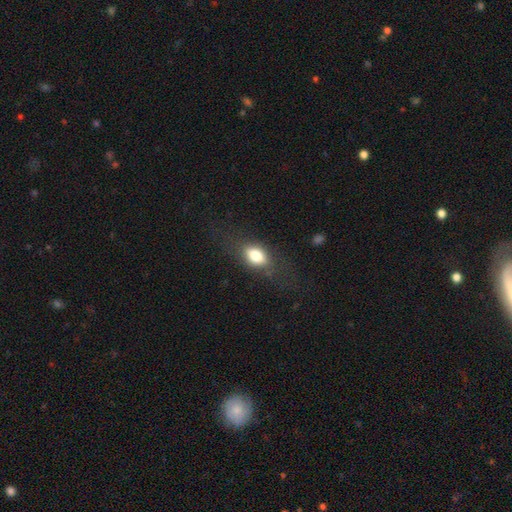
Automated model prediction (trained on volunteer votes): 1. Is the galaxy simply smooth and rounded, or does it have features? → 77% smooth, 15% featured or disk, 8% star or artifact.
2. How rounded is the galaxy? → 83% in between, 12% round, 5% cigar-shaped.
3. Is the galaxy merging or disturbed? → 70% none, 17% minor disturbance, 12% major disturbance, 1% merger.